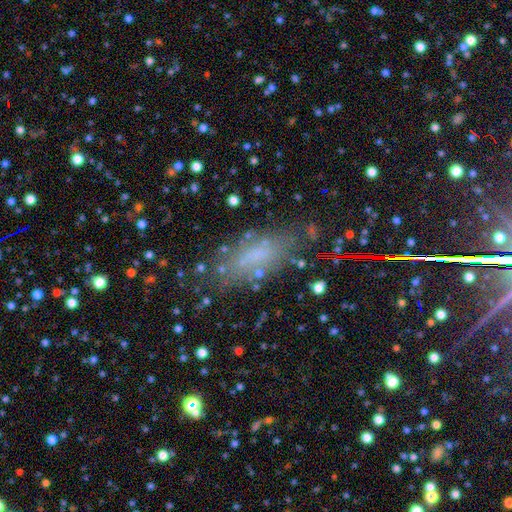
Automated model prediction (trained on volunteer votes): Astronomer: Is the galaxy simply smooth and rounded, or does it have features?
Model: smooth — 58%.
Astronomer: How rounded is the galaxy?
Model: in between — 73%.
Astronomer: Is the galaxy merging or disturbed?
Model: none — 71%.